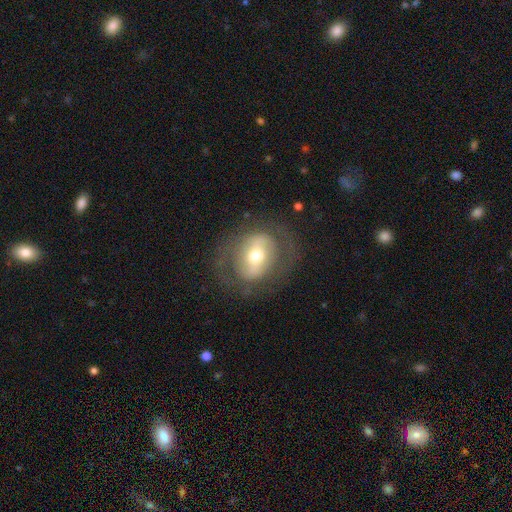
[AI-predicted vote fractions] smooth_or_featured: featured or disk (p=0.56) [alt: smooth p=0.36]
disk_edge_on: no (p=0.93) [alt: yes p=0.07]
bar: strong (p=0.35) [alt: no p=0.34]
has_spiral_arms: no (p=0.68) [alt: yes p=0.32]
bulge_size: moderate (p=0.65) [alt: small p=0.22]
merging: none (p=0.70) [alt: minor disturbance p=0.15]